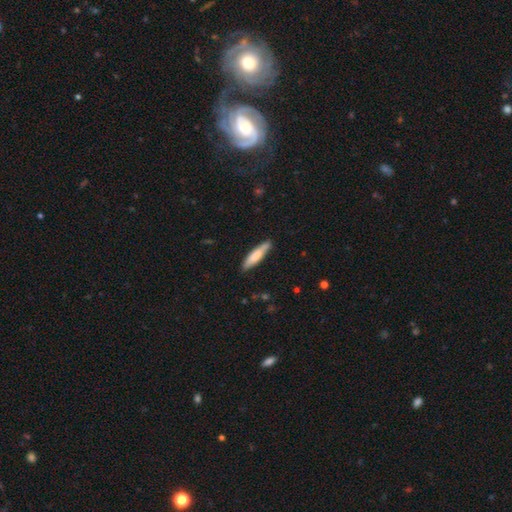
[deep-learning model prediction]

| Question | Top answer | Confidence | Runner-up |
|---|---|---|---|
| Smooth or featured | smooth | 74% | featured or disk (21%) |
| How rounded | cigar-shaped | 80% | in between (19%) |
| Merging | none | 81% | minor disturbance (15%) |